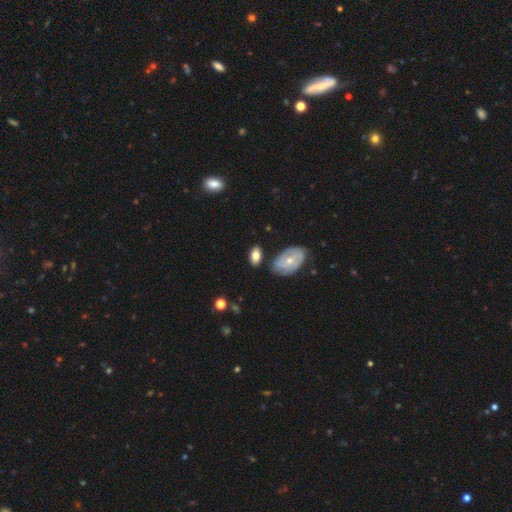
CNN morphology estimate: Overall: smooth (72%). How rounded: in between (89%). Merging: none (74%).